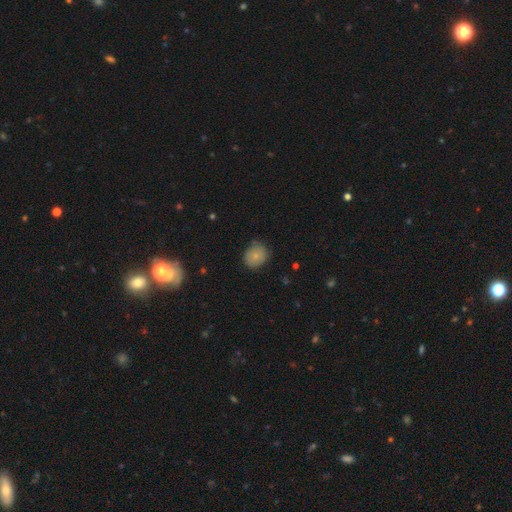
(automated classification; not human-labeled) Smooth or featured? smooth (75%)
How rounded? round (72%)
Merging? none (72%)